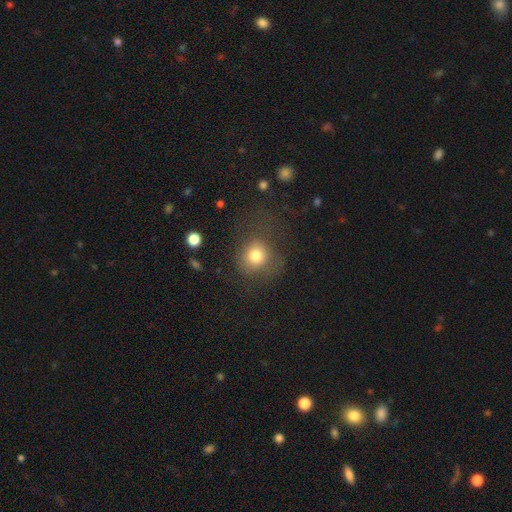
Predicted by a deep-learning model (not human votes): Smooth or featured: smooth — 77% (featured or disk — 12%)
How rounded: round — 78% (in between — 21%)
Merging: none — 55% (major disturbance — 22%)